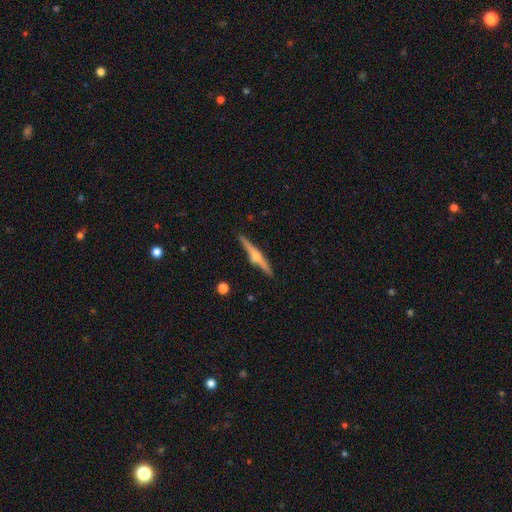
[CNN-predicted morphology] smooth-or-featured: featured or disk: 78% | smooth: 17% | star or artifact: 6%
  disk-edge-on: yes: 98% | no: 2%
    edge-on-bulge: rounded: 89% | boxy: 6% | none: 5%
  merging: none: 91% | minor disturbance: 7% | major disturbance: 1% | merger: 1%